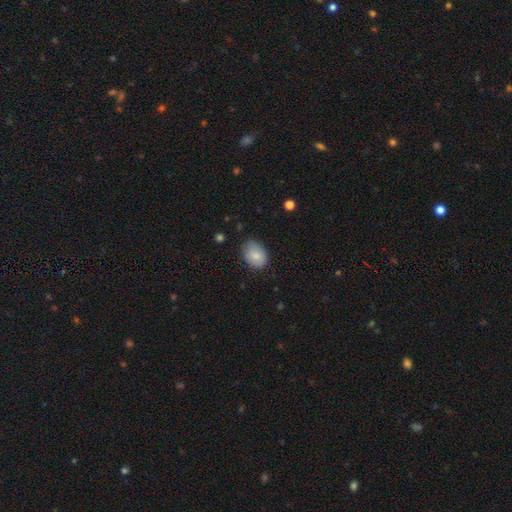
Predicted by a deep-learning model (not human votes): Smooth or featured: smooth — 83% (featured or disk — 9%)
How rounded: in between — 68% (round — 31%)
Merging: none — 73% (minor disturbance — 22%)